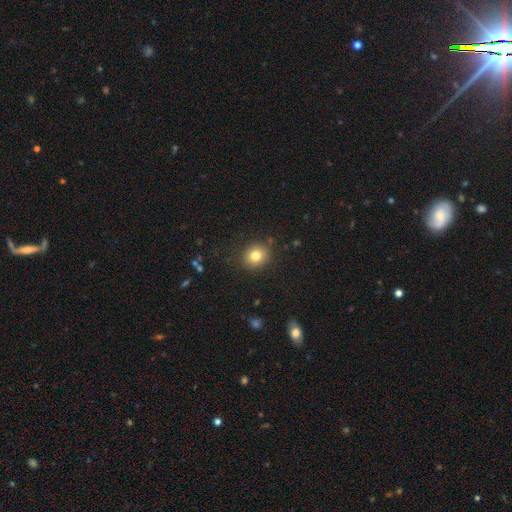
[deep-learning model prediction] smooth_or_featured: smooth (p=0.80) [alt: star or artifact p=0.12]
how_rounded: round (p=0.79) [alt: in between p=0.20]
merging: none (p=0.88) [alt: minor disturbance p=0.08]